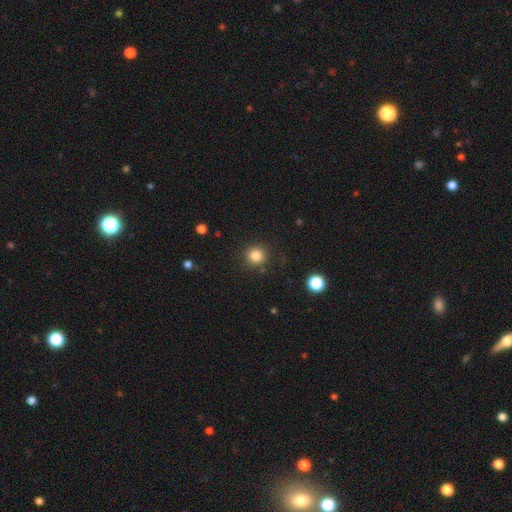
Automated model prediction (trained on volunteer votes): smooth 84%, star or artifact 12%, featured or disk 4%. Down the decision tree: how rounded — round (92%); merging — none (89%).